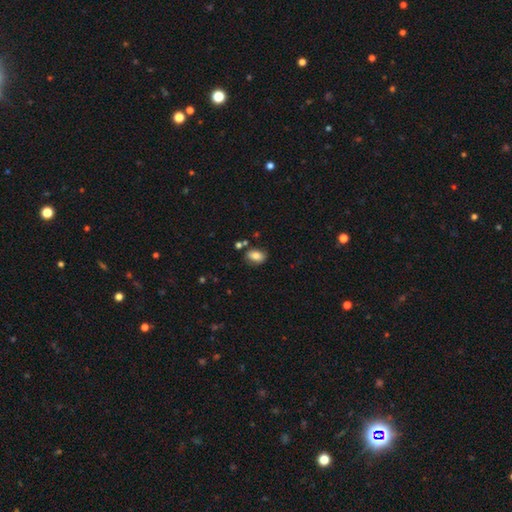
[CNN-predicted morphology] This appears to be a smooth galaxy with no disk features (81%) that is in between round and cigar-shaped (85%). Merging: none (75%).